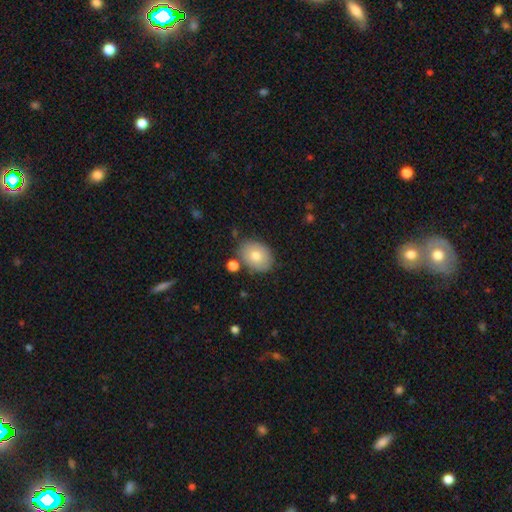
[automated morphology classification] type=smooth (74%); roundness=in between (68%); merging=none (78%).